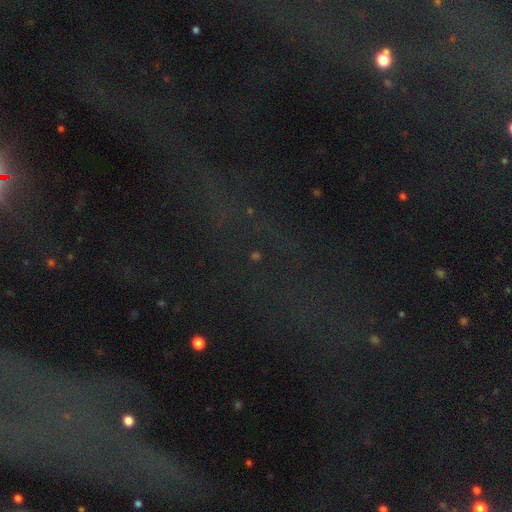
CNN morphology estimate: Overall: star or artifact (73%).